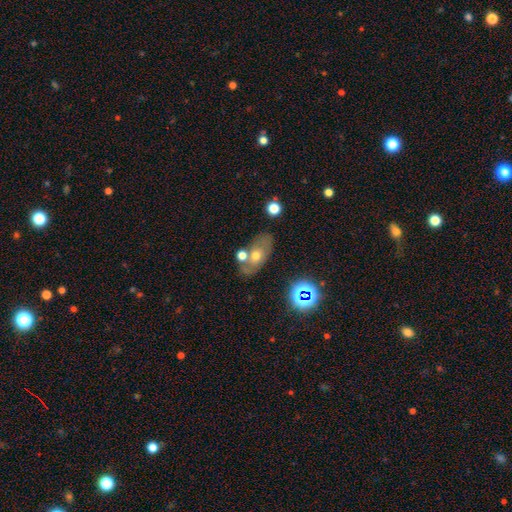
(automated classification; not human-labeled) A smooth galaxy with no disk features (52%) that is in between round and cigar-shaped (82%). Merging: none (58%).